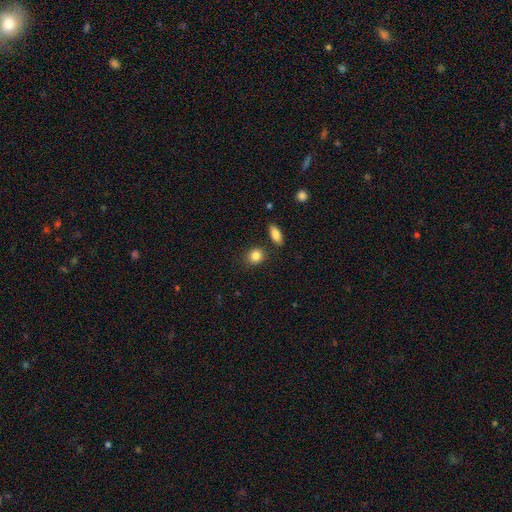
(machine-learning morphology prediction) Smooth or featured?
  - smooth: 85% *
  - star or artifact: 9%
  - featured or disk: 6%
How rounded?
  - round: 70% *
  - in between: 29%
  - cigar-shaped: 2%
Merging?
  - none: 81% *
  - minor disturbance: 10%
  - merger: 6%
  - major disturbance: 3%